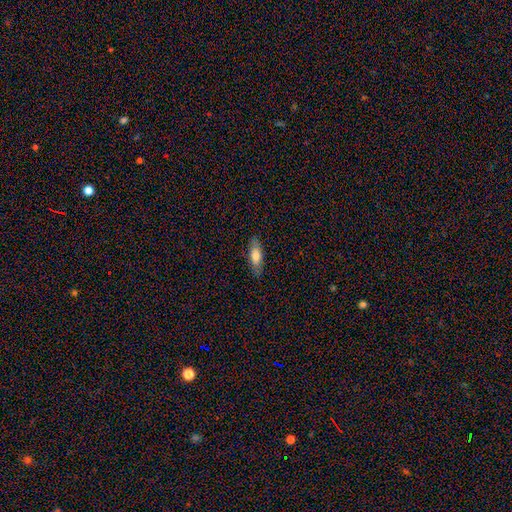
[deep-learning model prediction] Smooth or featured? Predicted: smooth (p=0.74). How rounded? Predicted: in between (p=0.60). Merging? Predicted: none (p=0.85).